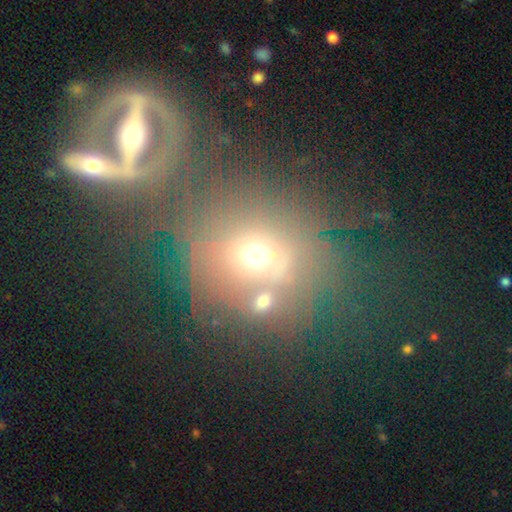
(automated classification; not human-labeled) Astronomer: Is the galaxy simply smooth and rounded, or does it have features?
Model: smooth — 48% (runner-up: featured or disk, 35%).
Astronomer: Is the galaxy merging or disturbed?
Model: none — 43% (runner-up: merger, 34%).